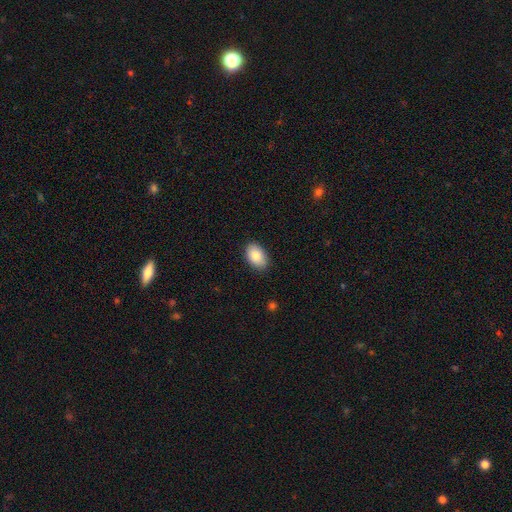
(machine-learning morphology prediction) A smooth galaxy with no disk features (83%) that is in between round and cigar-shaped (89%). Merging: none (87%).